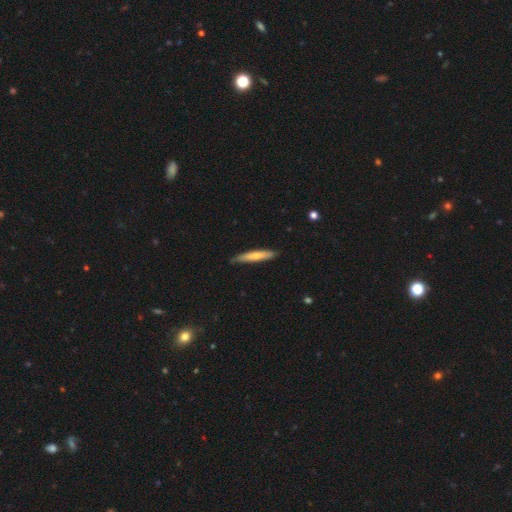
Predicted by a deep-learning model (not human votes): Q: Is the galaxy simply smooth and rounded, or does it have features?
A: smooth — 63%.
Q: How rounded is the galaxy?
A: cigar-shaped — 91%.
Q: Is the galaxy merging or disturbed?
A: none — 82%.